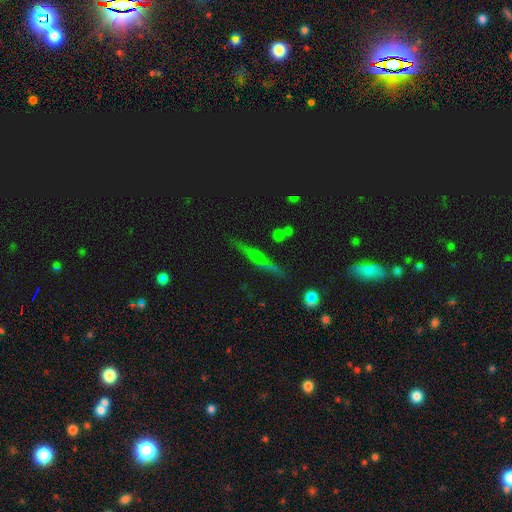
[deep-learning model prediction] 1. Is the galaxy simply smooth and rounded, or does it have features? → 45% featured or disk, 33% smooth, 22% star or artifact.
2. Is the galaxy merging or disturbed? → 78% none, 13% minor disturbance, 5% major disturbance, 5% merger.